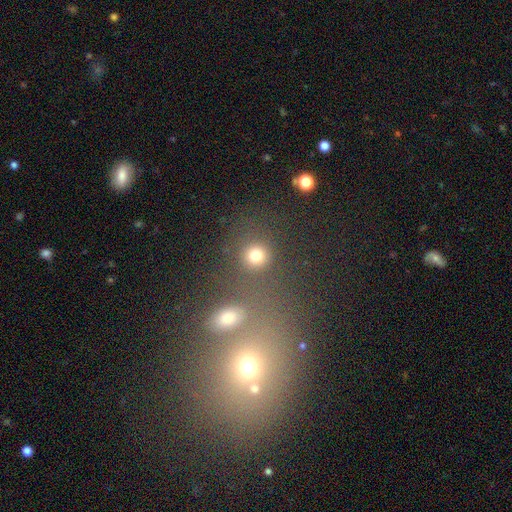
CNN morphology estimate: A smooth galaxy with no disk features (79%) that is round (88%).

Vote fractions:
- Smooth or featured? smooth: 79% / star or artifact: 15% / featured or disk: 7%
- How rounded? round: 88% / in between: 10% / cigar-shaped: 1%
- Merging? none: 72% / merger: 14% / minor disturbance: 9% / major disturbance: 5%